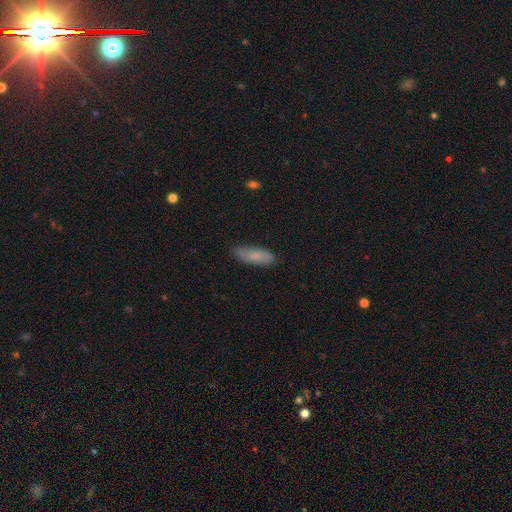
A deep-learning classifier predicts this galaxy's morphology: Overall: smooth (77%). How rounded: in between (56%; cigar-shaped 42%). Merging: none (82%).